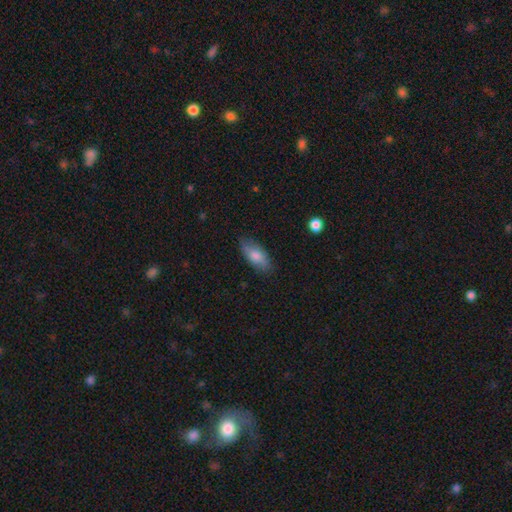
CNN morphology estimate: A smooth galaxy with no disk features (76%) that is in between round and cigar-shaped (83%).

Vote fractions:
- Smooth or featured? smooth: 76% / featured or disk: 17% / star or artifact: 6%
- How rounded? in between: 83% / cigar-shaped: 15% / round: 3%
- Merging? none: 82% / minor disturbance: 14% / major disturbance: 3% / merger: 1%